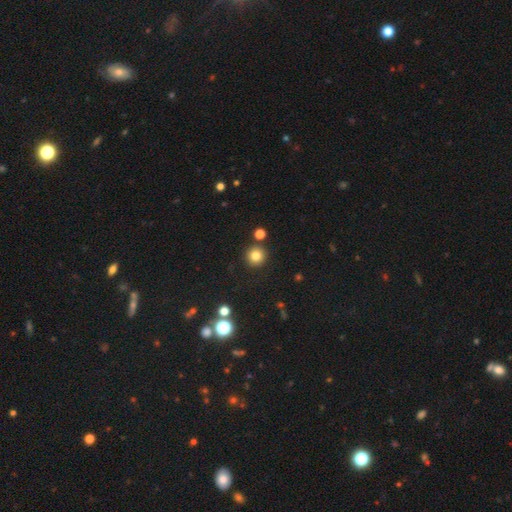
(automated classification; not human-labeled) smooth-or-featured: smooth: 82% | star or artifact: 13% | featured or disk: 6%
  how-rounded: round: 94% | in between: 5% | cigar-shaped: 1%
  merging: none: 87% | minor disturbance: 6% | merger: 5% | major disturbance: 2%